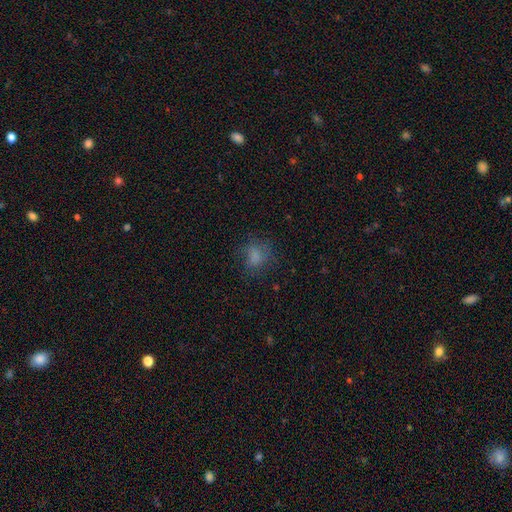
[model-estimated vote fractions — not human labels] Smooth or featured? Predicted: smooth (p=0.69). How rounded? Predicted: round (p=0.53). Merging? Predicted: none (p=0.61).